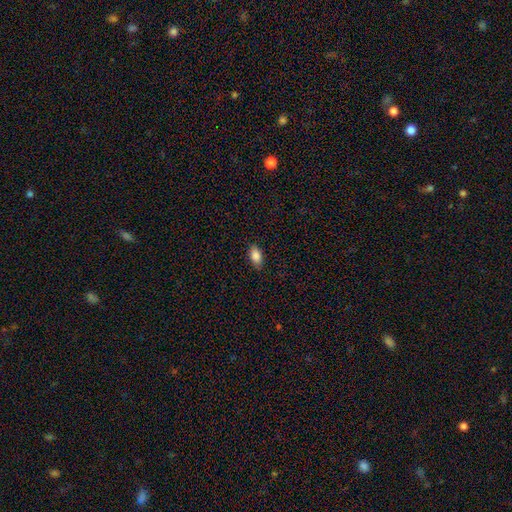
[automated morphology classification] type=smooth (87%); roundness=in between (91%); merging=none (86%).